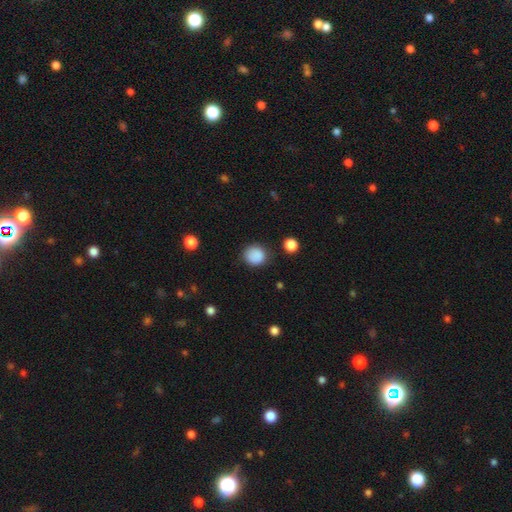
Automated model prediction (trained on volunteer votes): The model was most divided on "merging": none: 82%, minor disturbance: 12%, major disturbance: 4%, merger: 2%. More confident: smooth or featured — smooth (87%); how rounded — round (85%).